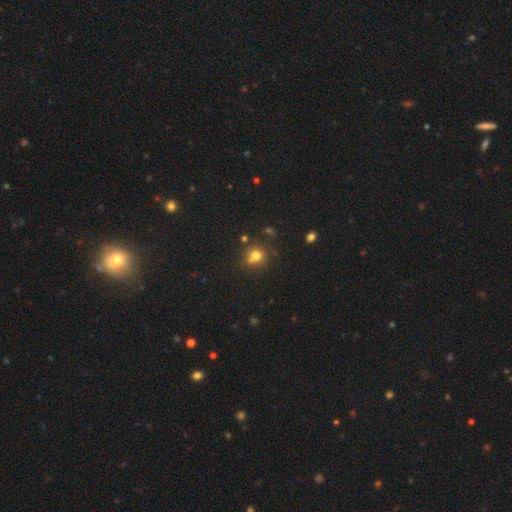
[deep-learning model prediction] Q: Smooth or featured?
A: smooth (72%); runner-up: star or artifact (18%)
Q: How rounded?
A: round (87%); runner-up: in between (12%)
Q: Merging?
A: none (62%); runner-up: merger (24%)